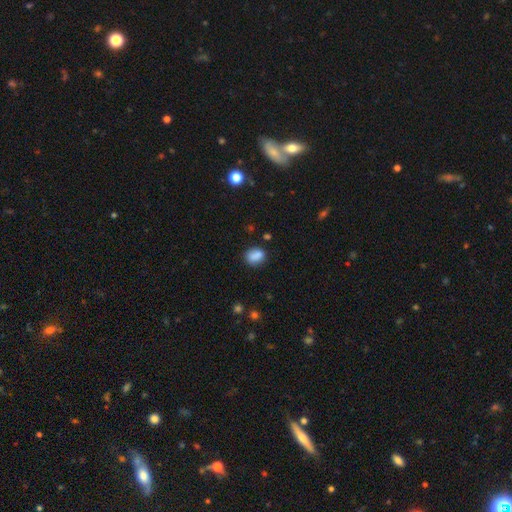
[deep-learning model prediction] The model was most divided on "how rounded": in between: 62%, round: 36%, cigar-shaped: 2%. More confident: smooth or featured — smooth (85%); merging — none (74%).